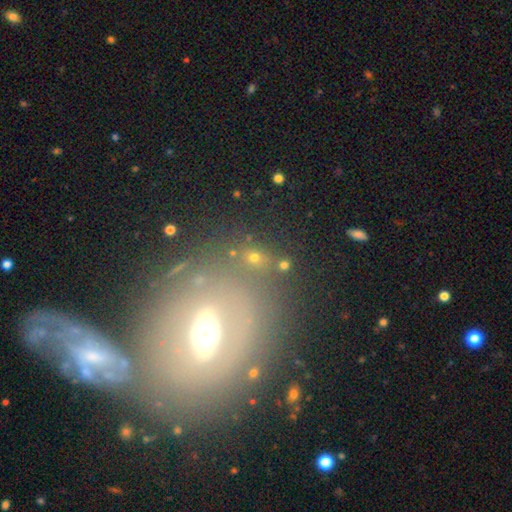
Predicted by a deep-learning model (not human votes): Smooth or featured: smooth — 58% (star or artifact — 29%)
How rounded: round — 55% (in between — 40%)
Merging: none — 72% (merger — 11%)